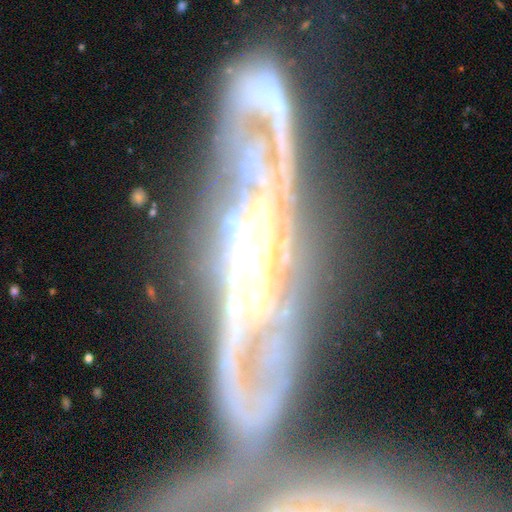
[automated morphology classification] Smooth or featured: featured or disk — 86% (smooth — 8%)
Edge-on disk: no — 75% (yes — 25%)
Bar: no — 56% (weak — 25%)
Spiral arms: yes — 87% (no — 13%)
Spiral winding: tight — 63% (medium — 26%)
Spiral arm count: can't tell — 40% (2 — 38%)
Bulge size: small — 47% (moderate — 43%)
Merging: merger — 60% (none — 18%)